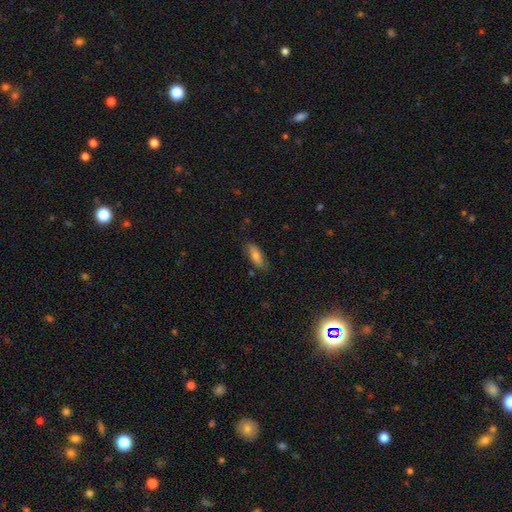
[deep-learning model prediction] smooth_or_featured: smooth (p=0.72) [alt: featured or disk p=0.20]
how_rounded: in between (p=0.68) [alt: cigar-shaped p=0.29]
merging: none (p=0.79) [alt: minor disturbance p=0.16]